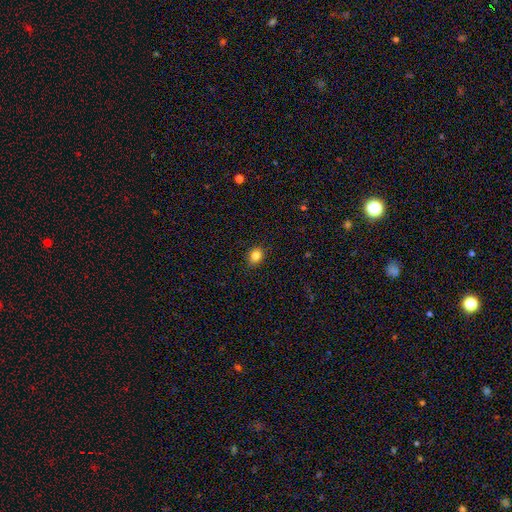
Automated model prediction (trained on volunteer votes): Overall: smooth (83%). How rounded: round (57%; in between 42%). Merging: none (89%).